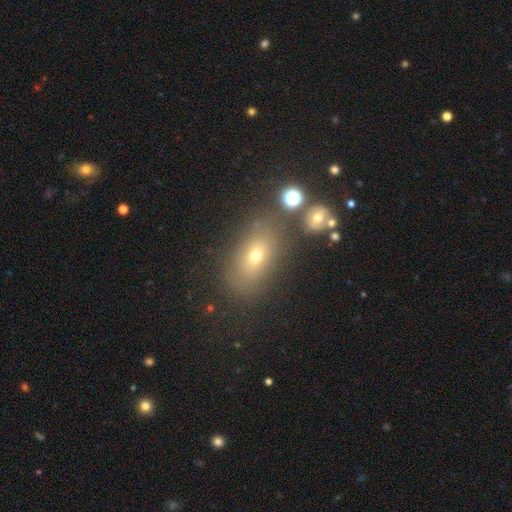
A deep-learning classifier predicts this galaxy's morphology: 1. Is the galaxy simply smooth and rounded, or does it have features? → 58% smooth, 23% star or artifact, 19% featured or disk.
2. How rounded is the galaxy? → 77% in between, 18% round, 5% cigar-shaped.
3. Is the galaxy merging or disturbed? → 74% none, 12% minor disturbance, 8% merger, 6% major disturbance.